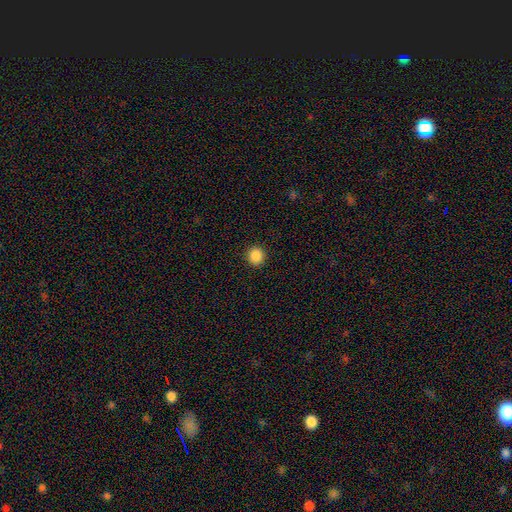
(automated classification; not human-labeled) smooth_or_featured: smooth (p=0.88) [alt: star or artifact p=0.10]
how_rounded: round (p=0.92) [alt: in between p=0.07]
merging: none (p=0.93) [alt: minor disturbance p=0.05]